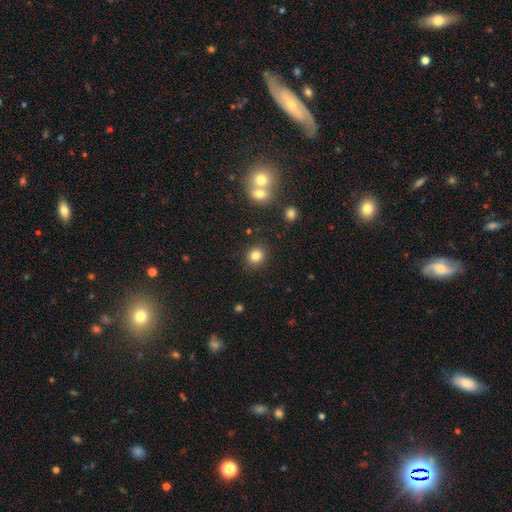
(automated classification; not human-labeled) Smooth or featured? smooth (83%)
How rounded? round (84%)
Merging? none (88%)